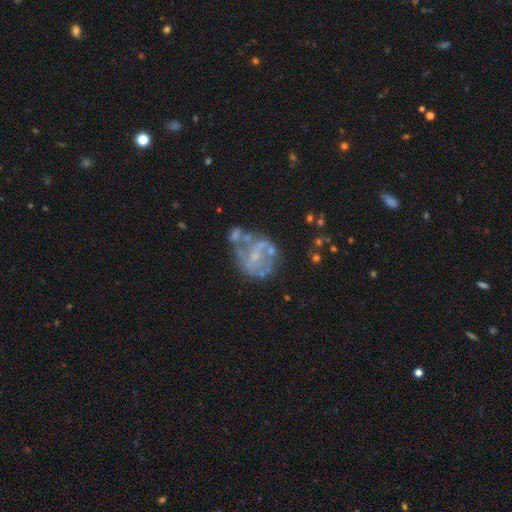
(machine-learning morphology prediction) Smooth or featured: featured or disk — 71% (smooth — 18%)
Edge-on disk: no — 98% (yes — 2%)
Bar: no — 50% (weak — 36%)
Spiral arms: no — 60% (yes — 40%)
Bulge size: small — 46% (none — 34%)
Merging: none — 41% (major disturbance — 24%)